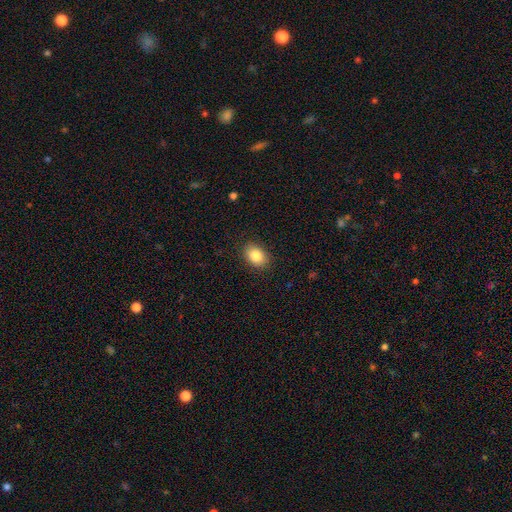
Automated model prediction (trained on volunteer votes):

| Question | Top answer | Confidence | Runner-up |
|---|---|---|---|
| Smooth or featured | smooth | 84% | star or artifact (8%) |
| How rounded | in between | 72% | round (27%) |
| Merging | none | 87% | minor disturbance (10%) |